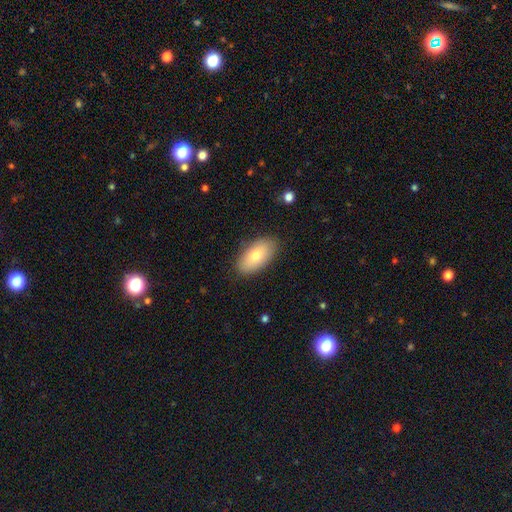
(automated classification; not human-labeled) Smooth or featured: smooth — 76% (featured or disk — 17%)
How rounded: in between — 94% (round — 3%)
Merging: none — 86% (minor disturbance — 10%)